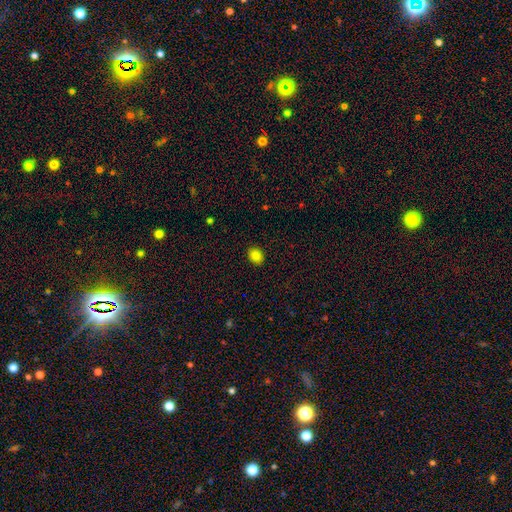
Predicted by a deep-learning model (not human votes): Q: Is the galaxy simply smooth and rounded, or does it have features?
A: smooth — 85%.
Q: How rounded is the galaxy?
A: in between — 56%.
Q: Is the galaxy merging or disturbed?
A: none — 89%.